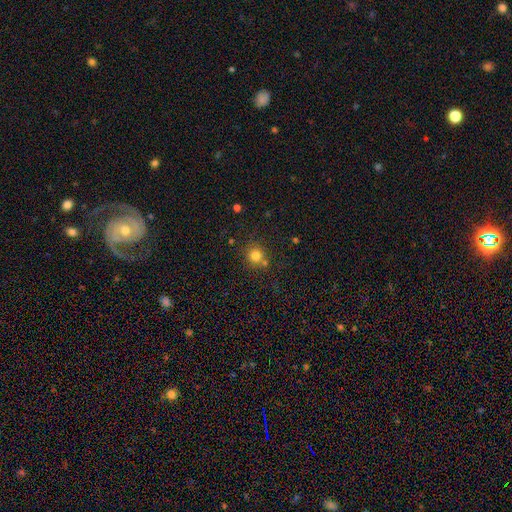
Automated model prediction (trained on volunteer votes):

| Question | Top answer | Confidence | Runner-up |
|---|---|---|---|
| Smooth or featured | smooth | 79% | star or artifact (14%) |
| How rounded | round | 91% | in between (8%) |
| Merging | none | 70% | merger (17%) |